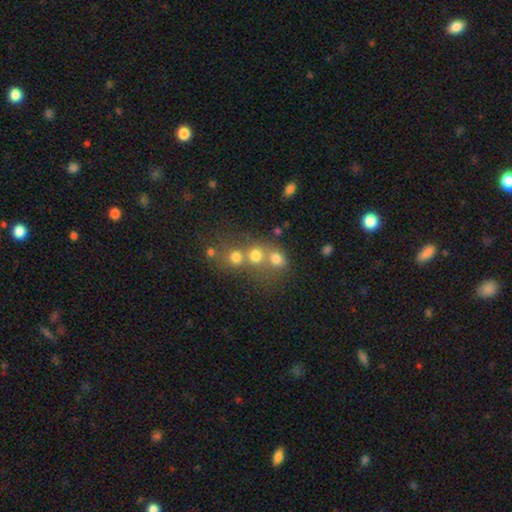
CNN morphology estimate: smooth_or_featured: smooth (p=0.70) [alt: star or artifact p=0.16]
how_rounded: round (p=0.76) [alt: in between p=0.23]
merging: merger (p=0.50) [alt: none p=0.39]